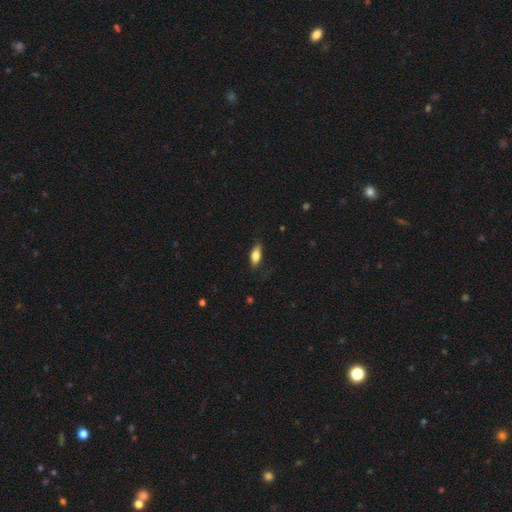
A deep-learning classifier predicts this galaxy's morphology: Q: Smooth or featured?
A: smooth (78%); runner-up: featured or disk (15%)
Q: How rounded?
A: in between (77%); runner-up: cigar-shaped (19%)
Q: Merging?
A: none (74%); runner-up: minor disturbance (20%)